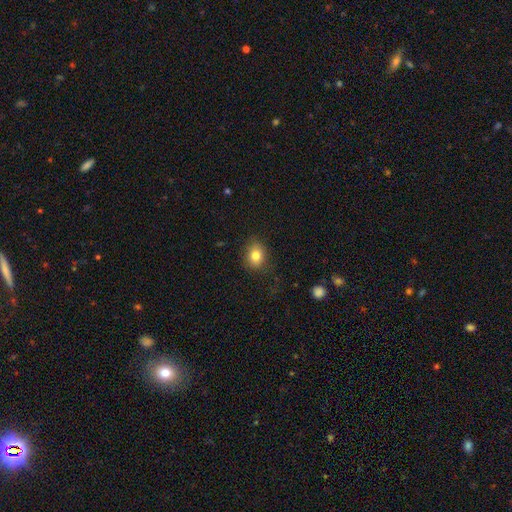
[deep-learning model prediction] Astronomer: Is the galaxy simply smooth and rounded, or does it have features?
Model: smooth — 81%.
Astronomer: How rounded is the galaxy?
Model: round — 54% (runner-up: in between, 45%).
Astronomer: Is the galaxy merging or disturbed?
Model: none — 79%.